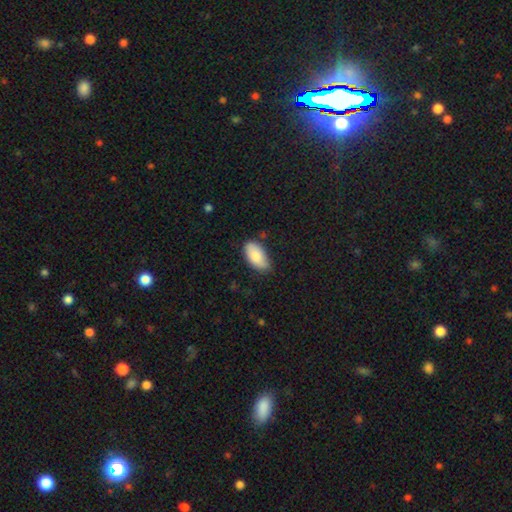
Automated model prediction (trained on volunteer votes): Smooth or featured? smooth (83%)
How rounded? in between (94%)
Merging? none (74%)